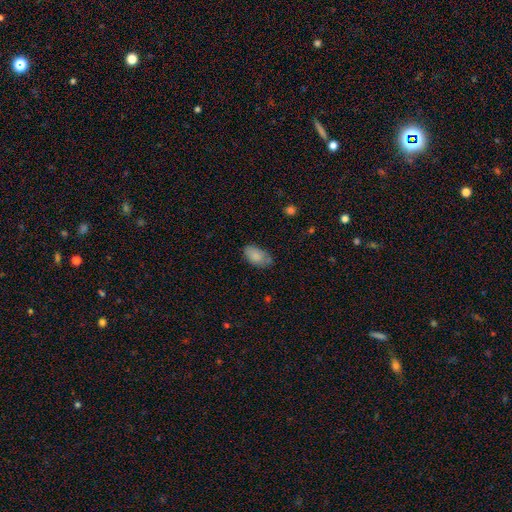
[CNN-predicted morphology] This is clearly a smooth galaxy (84%). How rounded: clearly in between (94%). Merging: likely none (67%).